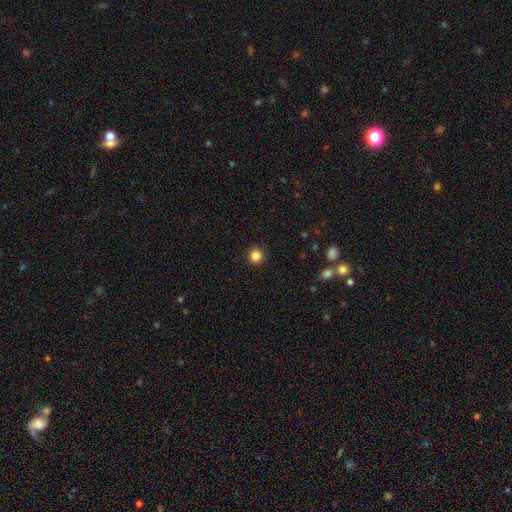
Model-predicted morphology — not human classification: This is clearly a smooth galaxy (86%). How rounded: clearly round (93%). Merging: clearly none (92%).